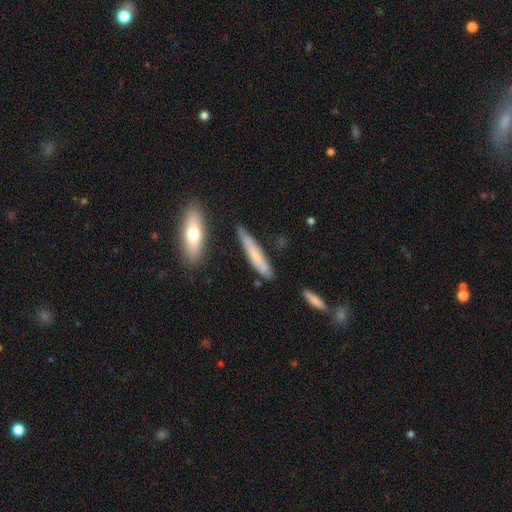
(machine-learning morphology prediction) smooth_or_featured: smooth (p=0.60) [alt: featured or disk p=0.33]
how_rounded: cigar-shaped (p=0.88) [alt: in between p=0.11]
merging: none (p=0.75) [alt: minor disturbance p=0.18]